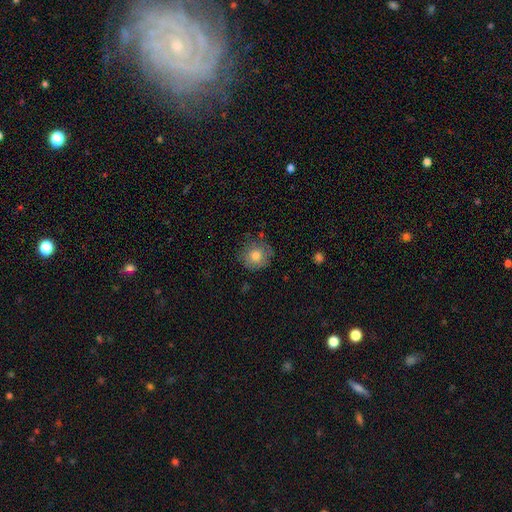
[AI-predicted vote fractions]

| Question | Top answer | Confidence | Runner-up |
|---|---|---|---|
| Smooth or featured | smooth | 77% | featured or disk (14%) |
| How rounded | round | 89% | in between (10%) |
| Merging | none | 75% | minor disturbance (18%) |